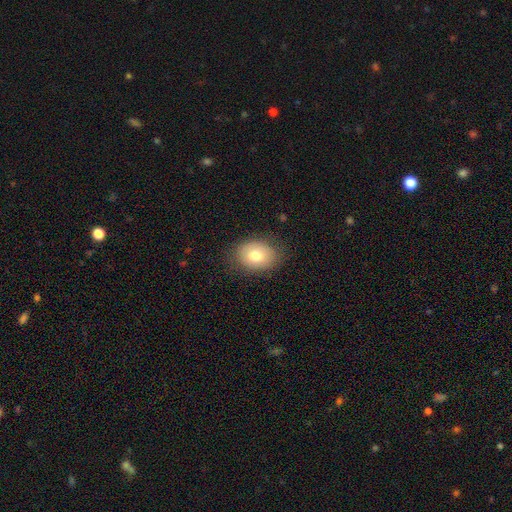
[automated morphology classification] Overall: smooth (73%). How rounded: in between (60%; round 39%). Merging: none (82%).